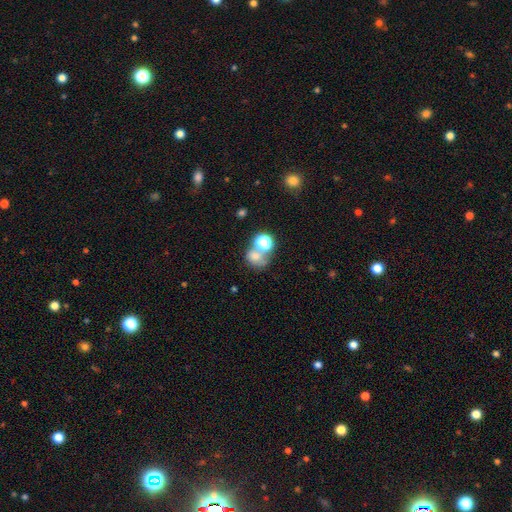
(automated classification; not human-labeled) Morphology: type=smooth (66%); roundness=round (63%); merging=merger (43%).